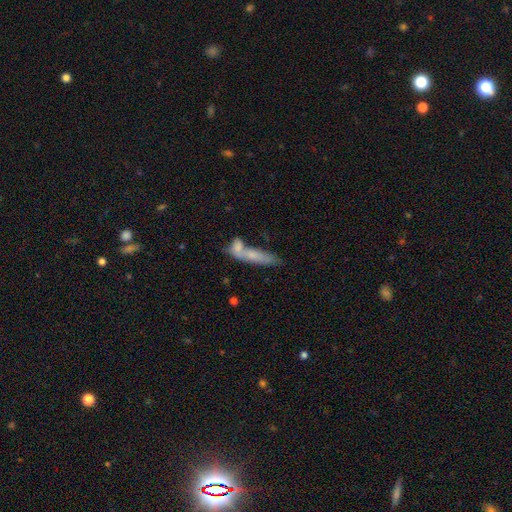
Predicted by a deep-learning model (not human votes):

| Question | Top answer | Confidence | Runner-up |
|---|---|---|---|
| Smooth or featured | smooth | 71% | featured or disk (23%) |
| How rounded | cigar-shaped | 58% | in between (39%) |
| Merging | merger | 53% | none (28%) |